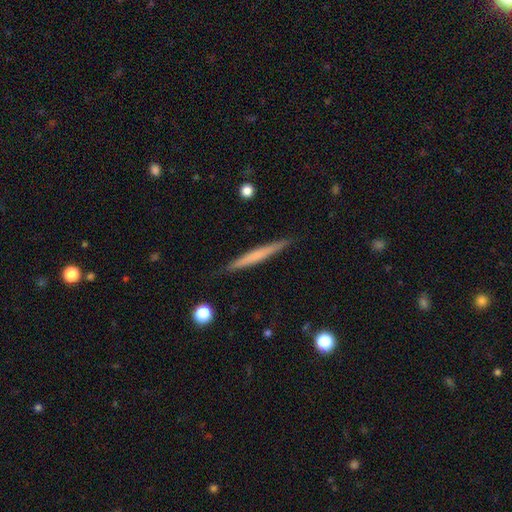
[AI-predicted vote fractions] This is possibly a smooth galaxy (55%). How rounded: clearly cigar-shaped (96%). Merging: clearly none (90%).